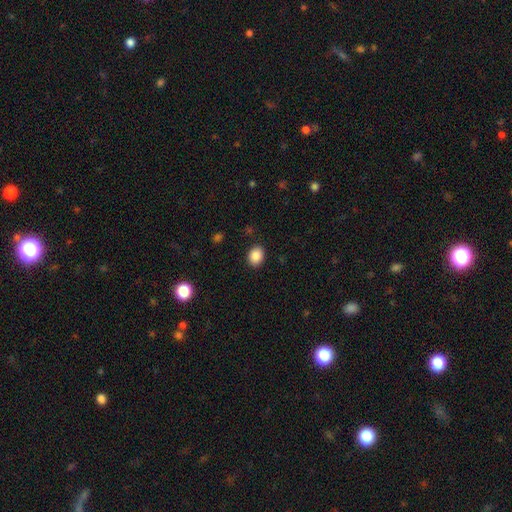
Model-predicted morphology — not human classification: Smooth or featured? smooth (88%)
How rounded? in between (50%)
Merging? none (90%)